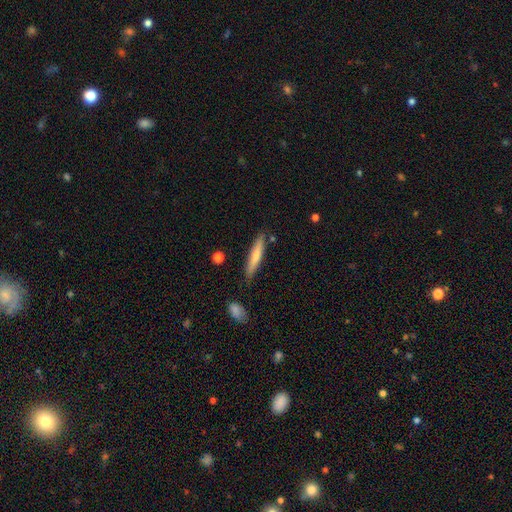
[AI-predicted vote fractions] A smooth galaxy with no disk features (68%) that is cigar-shaped (90%). Merging: none (83%).